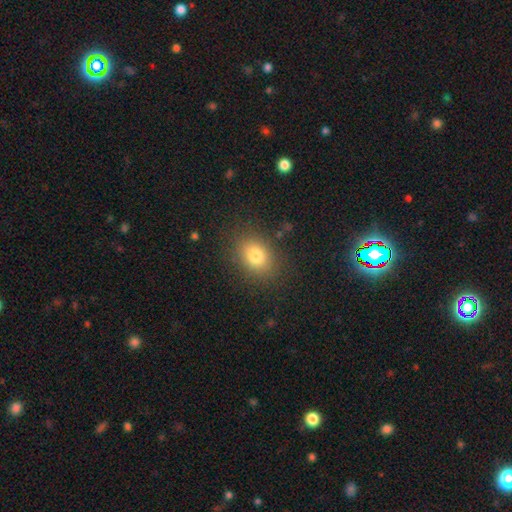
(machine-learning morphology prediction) The model was most divided on "how rounded": in between: 56%, round: 43%, cigar-shaped: 1%. More confident: merging — none (85%); smooth or featured — smooth (79%).